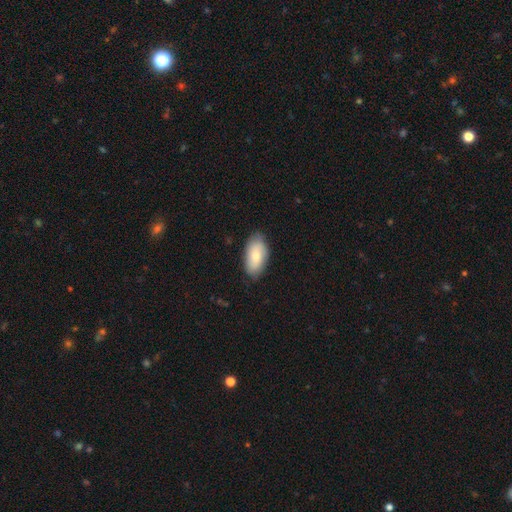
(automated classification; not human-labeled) Q: Smooth or featured?
A: smooth (77%); runner-up: featured or disk (17%)
Q: How rounded?
A: in between (94%); runner-up: round (3%)
Q: Merging?
A: none (80%); runner-up: minor disturbance (16%)